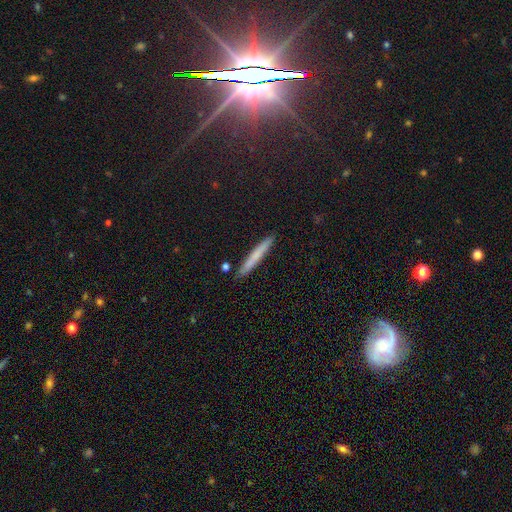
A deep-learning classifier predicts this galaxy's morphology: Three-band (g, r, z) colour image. It shows a smooth galaxy with no disk features (67%) that is cigar-shaped (96%). Merging: none (89%).